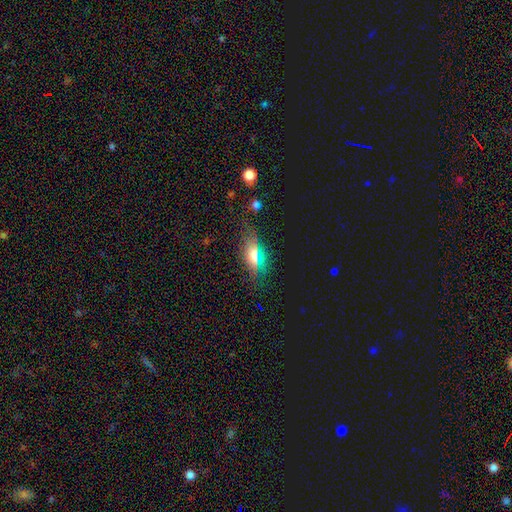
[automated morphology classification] Smooth or featured?
  - smooth: 52% *
  - featured or disk: 25%
  - star or artifact: 23%
How rounded?
  - in between: 75% *
  - cigar-shaped: 15%
  - round: 10%
Merging?
  - none: 79% *
  - minor disturbance: 14%
  - major disturbance: 5%
  - merger: 2%